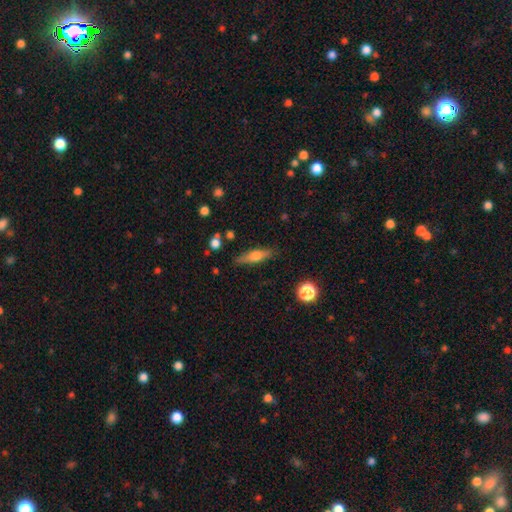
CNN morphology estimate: This is possibly a smooth galaxy (53%). How rounded: likely cigar-shaped (64%). Merging: clearly none (83%).